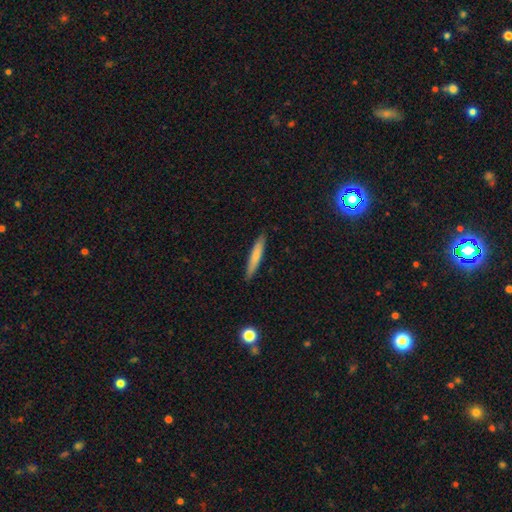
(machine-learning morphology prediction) This appears to be a smooth galaxy with no disk features (72%) that is cigar-shaped (93%). Merging: none (89%).